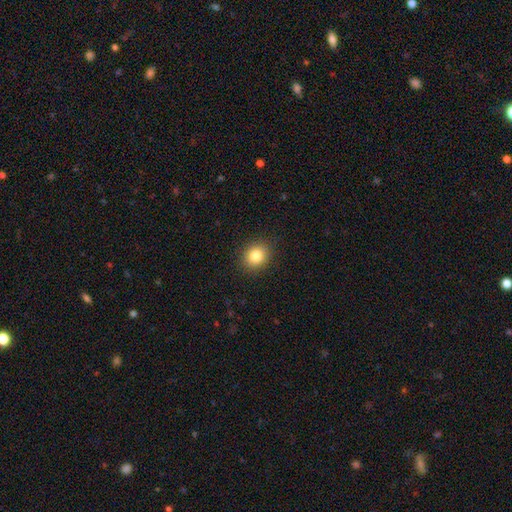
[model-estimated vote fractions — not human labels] smooth_or_featured: smooth (p=0.83) [alt: star or artifact p=0.10]
how_rounded: round (p=0.68) [alt: in between p=0.31]
merging: none (p=0.90) [alt: minor disturbance p=0.07]